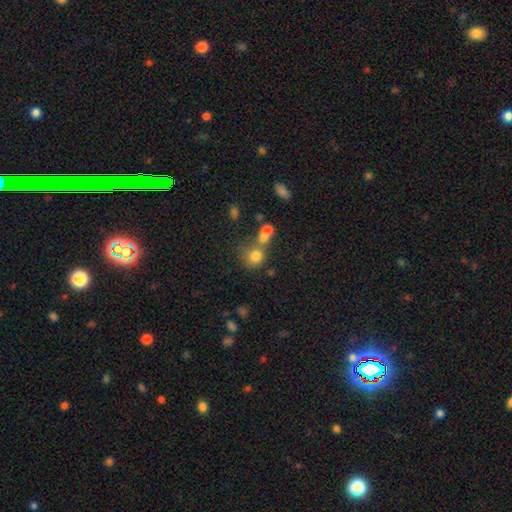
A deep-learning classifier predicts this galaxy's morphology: smooth_or_featured: smooth (p=0.73) [alt: star or artifact p=0.14]
how_rounded: round (p=0.82) [alt: in between p=0.17]
merging: none (p=0.44) [alt: merger p=0.38]